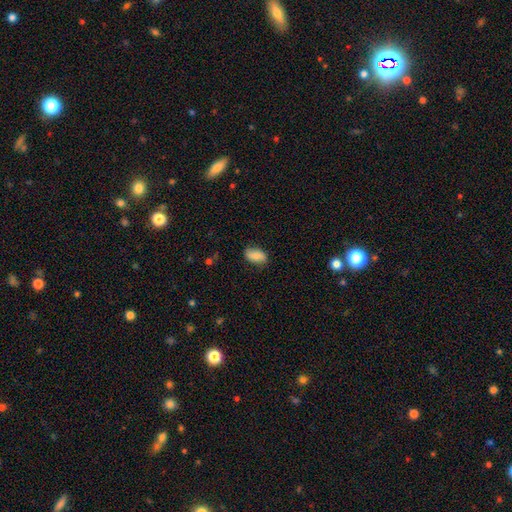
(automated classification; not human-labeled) smooth_or_featured: smooth (p=0.81) [alt: featured or disk p=0.12]
how_rounded: in between (p=0.93) [alt: round p=0.05]
merging: none (p=0.78) [alt: minor disturbance p=0.17]